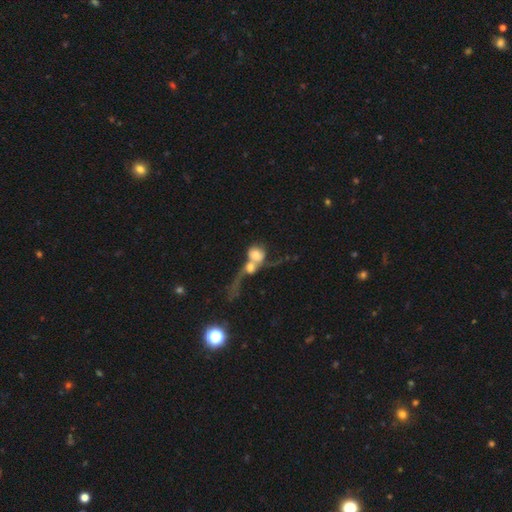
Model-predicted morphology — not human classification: The model was most divided on "smooth or featured": smooth: 55%, featured or disk: 35%, star or artifact: 10%. More confident: merging — merger (77%); how rounded — round (70%).